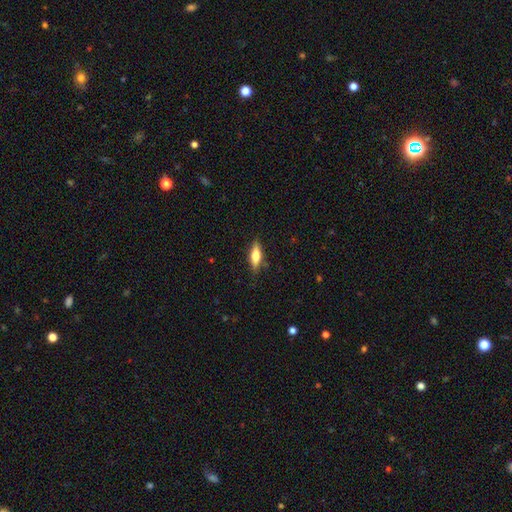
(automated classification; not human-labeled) Smooth or featured: smooth — 56% (featured or disk — 37%)
How rounded: in between — 52% (cigar-shaped — 45%)
Merging: none — 85% (minor disturbance — 12%)